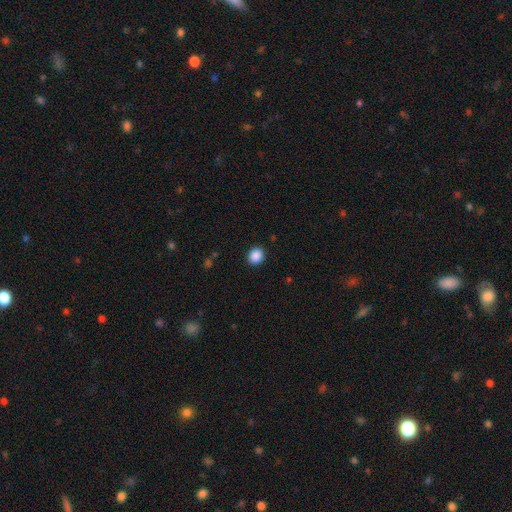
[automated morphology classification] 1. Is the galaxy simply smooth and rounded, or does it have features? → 89% smooth, 9% star or artifact, 3% featured or disk.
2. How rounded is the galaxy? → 66% round, 33% in between, 1% cigar-shaped.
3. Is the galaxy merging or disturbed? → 91% none, 6% minor disturbance, 2% major disturbance, 1% merger.